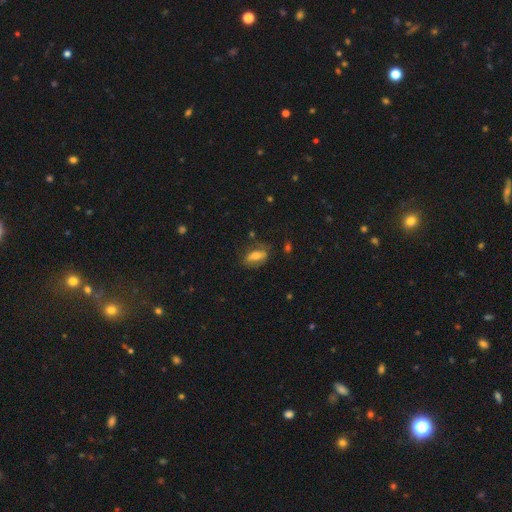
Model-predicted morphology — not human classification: Smooth or featured? smooth (61%)
How rounded? in between (81%)
Merging? none (67%)